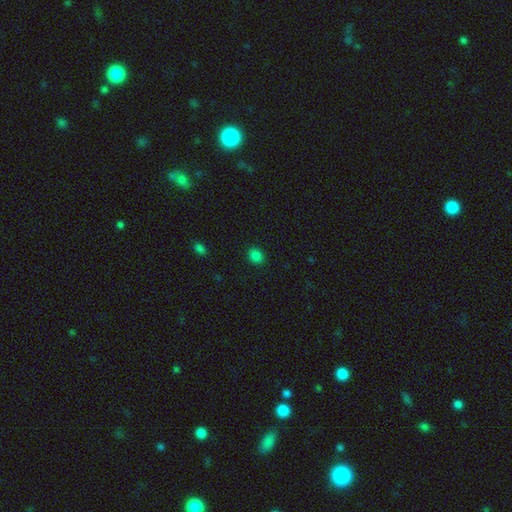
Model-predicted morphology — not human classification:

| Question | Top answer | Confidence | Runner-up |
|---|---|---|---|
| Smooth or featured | smooth | 83% | star or artifact (14%) |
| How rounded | round | 62% | in between (37%) |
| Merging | none | 89% | minor disturbance (7%) |